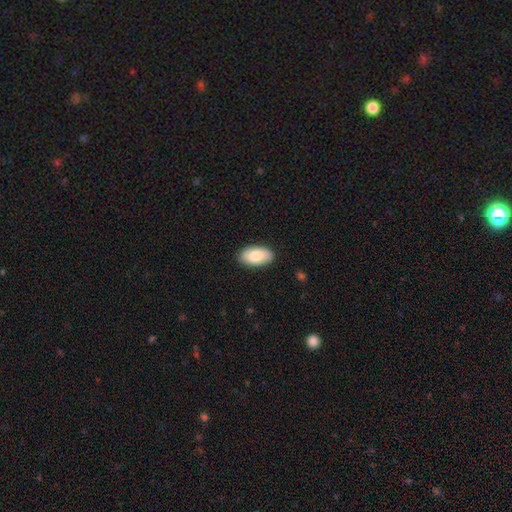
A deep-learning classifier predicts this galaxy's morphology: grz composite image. It shows a smooth galaxy with no disk features (82%) that is in between round and cigar-shaped (95%). Merging: none (87%).